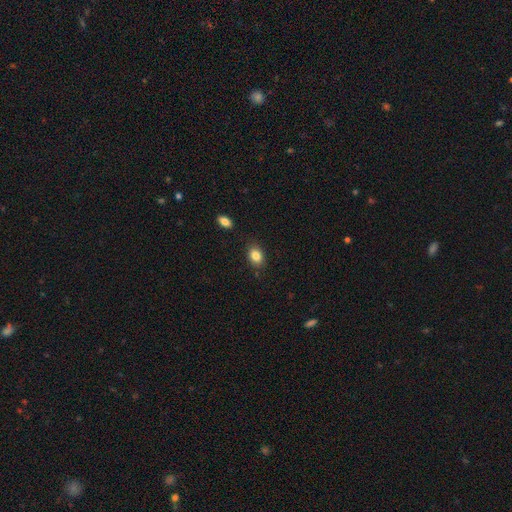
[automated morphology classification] smooth_or_featured: smooth (p=0.84) [alt: star or artifact p=0.09]
how_rounded: in between (p=0.76) [alt: round p=0.23]
merging: none (p=0.82) [alt: minor disturbance p=0.13]